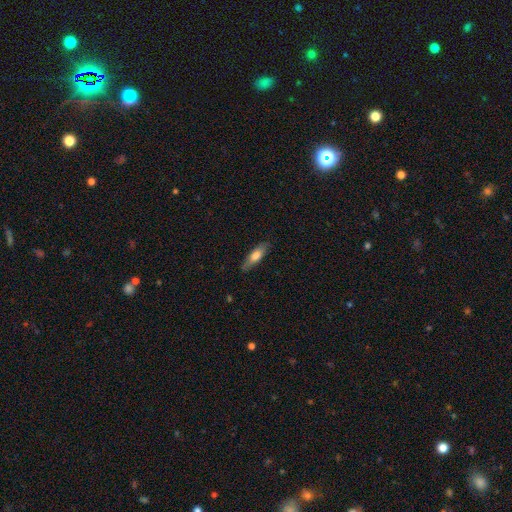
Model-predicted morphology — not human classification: A smooth galaxy with no disk features (67%) that is cigar-shaped (53%). Merging: none (81%).